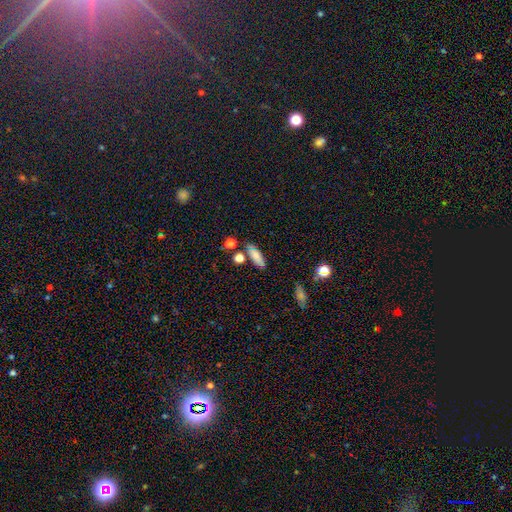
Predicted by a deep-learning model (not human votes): A smooth galaxy with no disk features (78%) that is in between round and cigar-shaped (64%).

Vote fractions:
- Smooth or featured? smooth: 78% / featured or disk: 11% / star or artifact: 10%
- How rounded? in between: 64% / cigar-shaped: 31% / round: 5%
- Merging? none: 70% / minor disturbance: 16% / merger: 10% / major disturbance: 5%